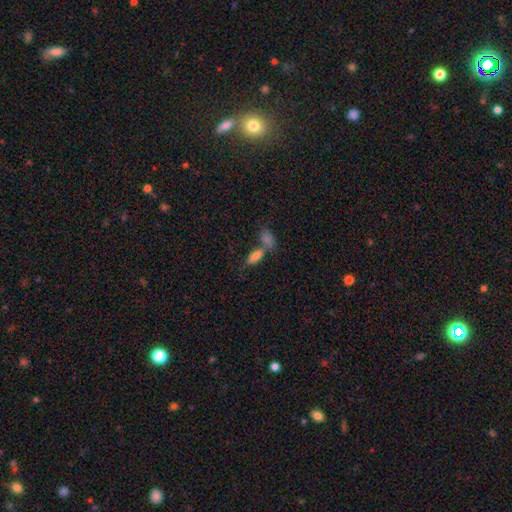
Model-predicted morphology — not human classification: The model was most divided on "merging": merger: 47%, none: 38%, minor disturbance: 10%, major disturbance: 5%. More confident: smooth or featured — smooth (79%); how rounded — in between (73%).